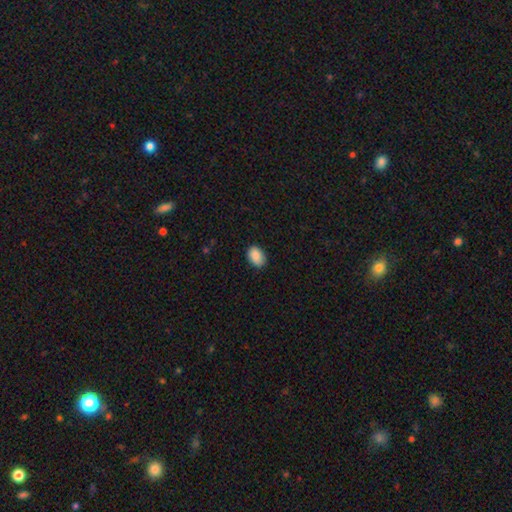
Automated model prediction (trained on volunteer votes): This appears to be a smooth galaxy with no disk features (89%) that is in between round and cigar-shaped (83%). Merging: none (84%).